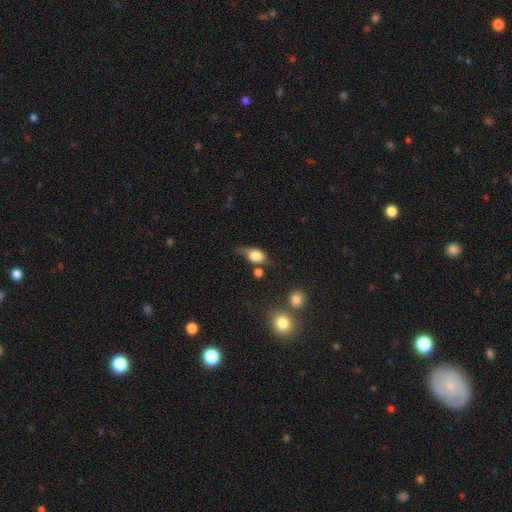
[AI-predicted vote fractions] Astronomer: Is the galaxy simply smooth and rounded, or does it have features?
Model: smooth — 69%.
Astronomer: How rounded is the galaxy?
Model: in between — 70%.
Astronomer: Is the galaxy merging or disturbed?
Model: none — 36% (runner-up: minor disturbance, 35%).